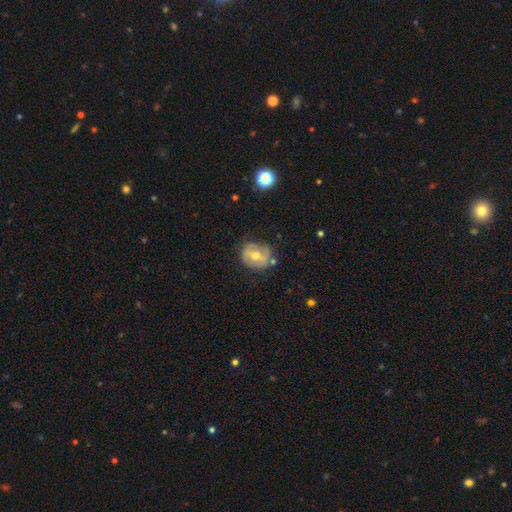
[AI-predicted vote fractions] This is possibly a featured or disk galaxy (47%). Merging: likely none (64%).